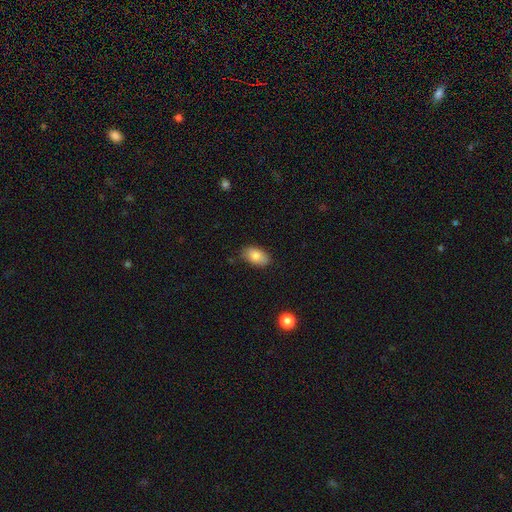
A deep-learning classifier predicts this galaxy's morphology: Smooth or featured: smooth — 84% (featured or disk — 9%)
How rounded: in between — 92% (round — 6%)
Merging: none — 81% (minor disturbance — 15%)